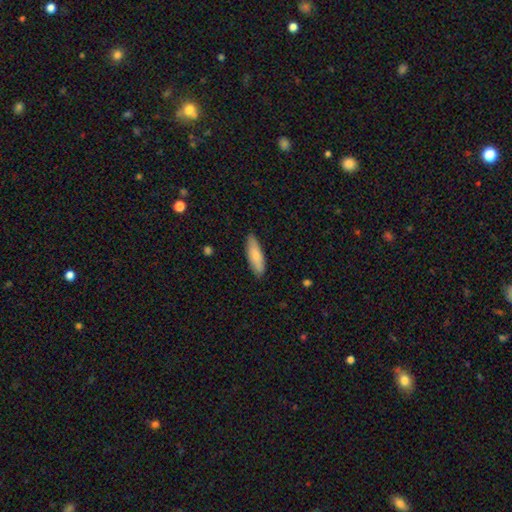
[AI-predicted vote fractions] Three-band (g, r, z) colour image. It shows a smooth galaxy with no disk features (79%) that is in between round and cigar-shaped (54%). Merging: none (86%).